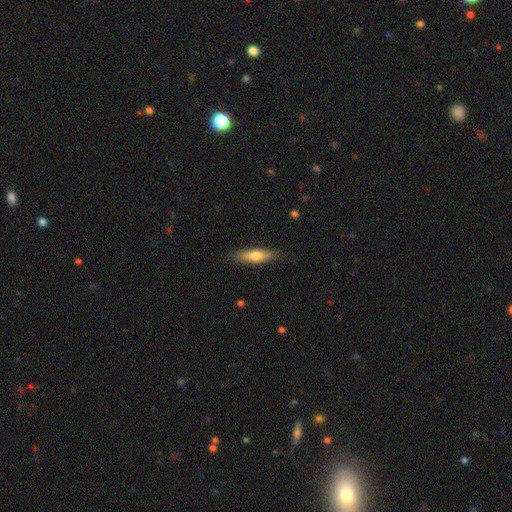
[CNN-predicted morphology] A smooth galaxy with no disk features (63%) that is cigar-shaped (70%). Merging: none (85%).